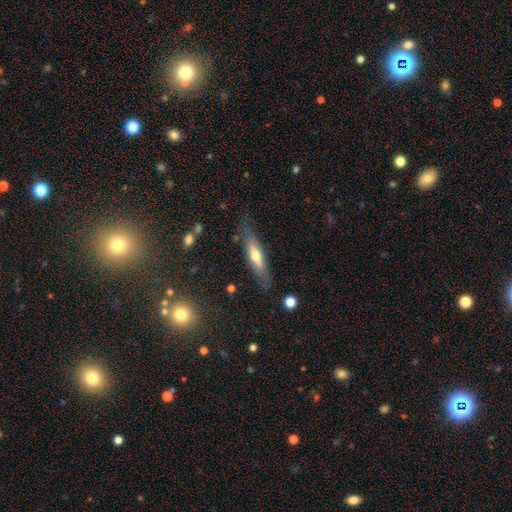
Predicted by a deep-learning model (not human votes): Q: Smooth or featured?
A: smooth (52%); runner-up: featured or disk (42%)
Q: How rounded?
A: cigar-shaped (68%); runner-up: in between (30%)
Q: Merging?
A: none (75%); runner-up: minor disturbance (17%)